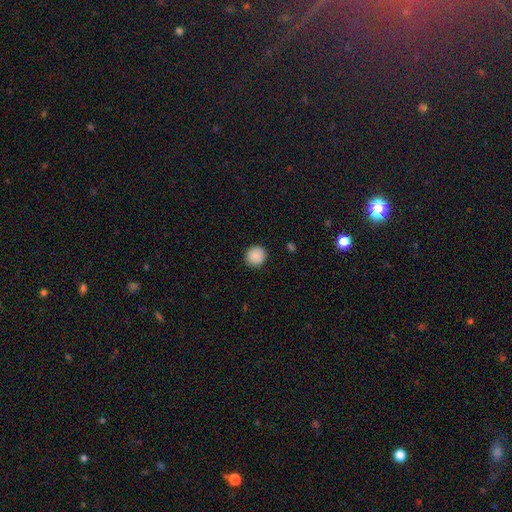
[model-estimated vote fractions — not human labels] This is clearly a smooth galaxy (89%). How rounded: clearly round (90%). Merging: clearly none (91%).